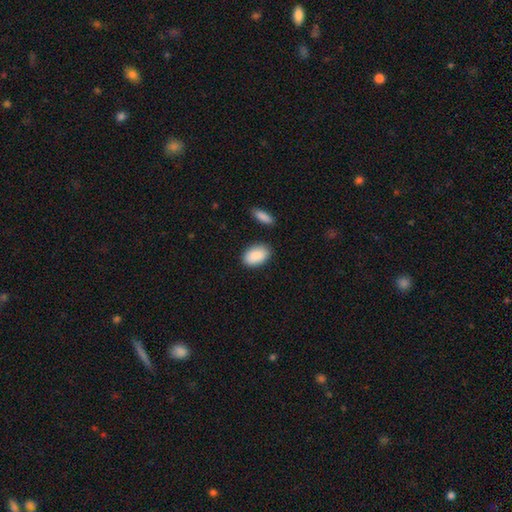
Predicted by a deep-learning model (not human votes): Overall: smooth (90%). How rounded: in between (91%). Merging: none (83%).